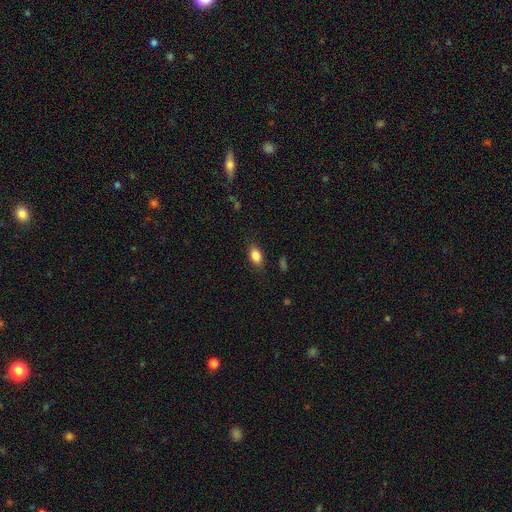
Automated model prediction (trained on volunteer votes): The model was most divided on "merging": none: 83%, minor disturbance: 13%, major disturbance: 3%, merger: 1%. More confident: how rounded — in between (85%); smooth or featured — smooth (84%).